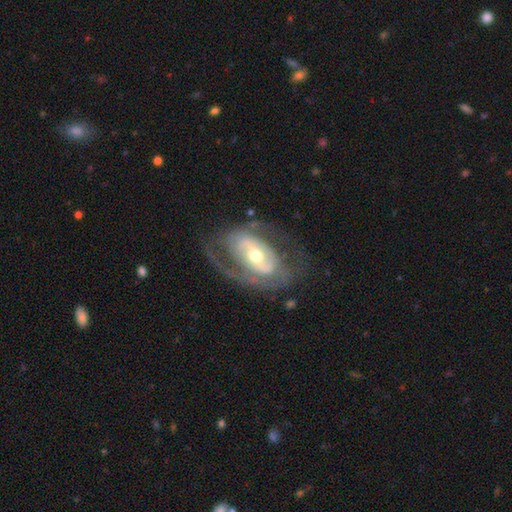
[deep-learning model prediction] smooth_or_featured: featured or disk (p=0.80) [alt: smooth p=0.15]
disk_edge_on: no (p=0.94) [alt: yes p=0.06]
bar: no (p=0.38) [alt: weak p=0.34]
has_spiral_arms: yes (p=0.75) [alt: no p=0.25]
spiral_winding: medium (p=0.41) [alt: tight p=0.37]
spiral_arm_count: 2 (p=0.62) [alt: can't tell p=0.21]
bulge_size: moderate (p=0.59) [alt: small p=0.33]
merging: none (p=0.59) [alt: major disturbance p=0.20]